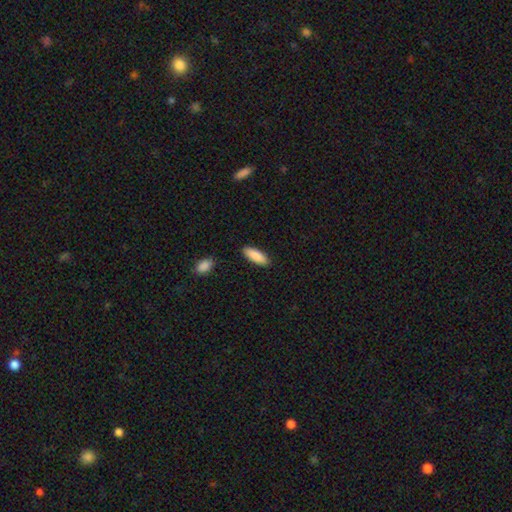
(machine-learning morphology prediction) smooth_or_featured: smooth (p=0.89) [alt: star or artifact p=0.06]
how_rounded: in between (p=0.66) [alt: cigar-shaped p=0.33]
merging: none (p=0.87) [alt: minor disturbance p=0.09]